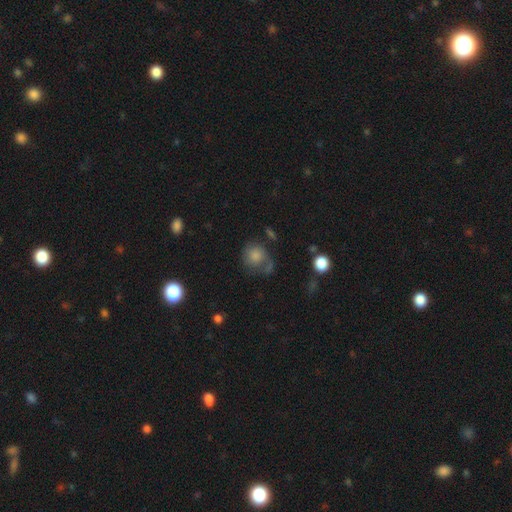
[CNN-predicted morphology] smooth-or-featured: smooth: 74% | featured or disk: 16% | star or artifact: 10%
  how-rounded: round: 78% | in between: 21% | cigar-shaped: 1%
  merging: none: 46% | minor disturbance: 23% | major disturbance: 21% | merger: 10%